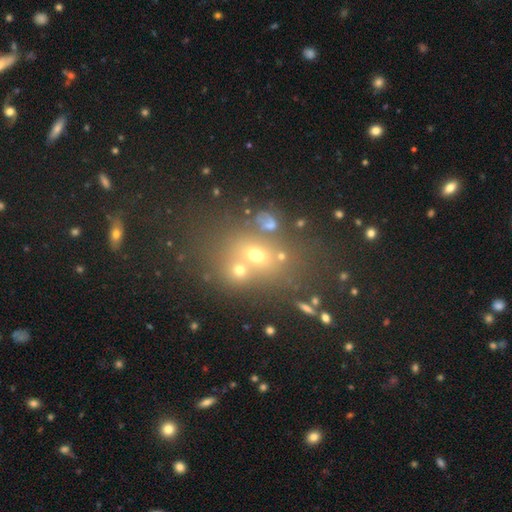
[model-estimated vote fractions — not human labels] Smooth or featured: smooth — 41% (star or artifact — 38%)
Merging: none — 47% (merger — 37%)